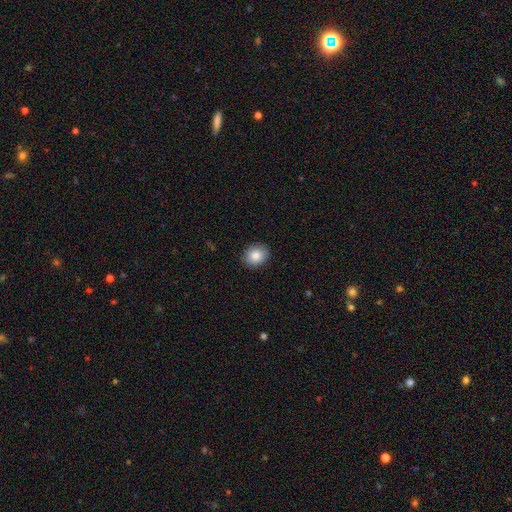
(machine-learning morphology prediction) smooth 86%, star or artifact 8%, featured or disk 6%. Down the decision tree: how rounded — round (58%); merging — none (89%).